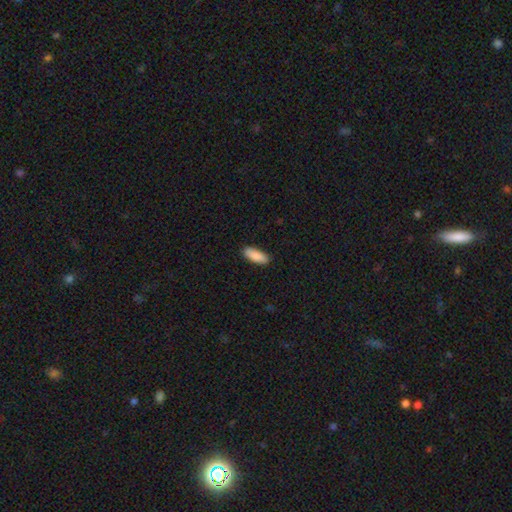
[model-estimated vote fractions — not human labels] Smooth or featured?
  - smooth: 90% *
  - star or artifact: 6%
  - featured or disk: 5%
How rounded?
  - in between: 74% *
  - cigar-shaped: 24%
  - round: 2%
Merging?
  - none: 89% *
  - minor disturbance: 8%
  - major disturbance: 2%
  - merger: 1%